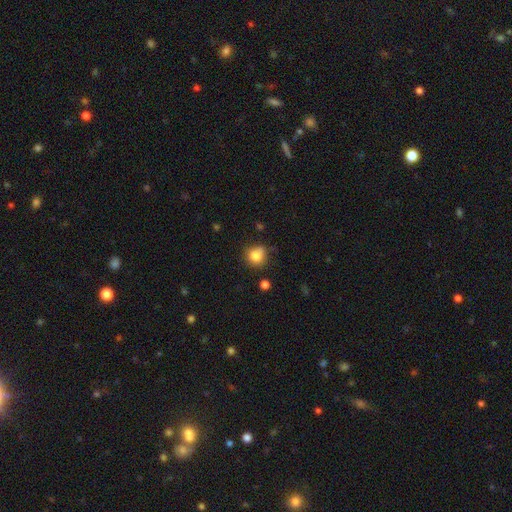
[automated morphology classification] Smooth or featured: smooth — 82% (star or artifact — 11%)
How rounded: round — 83% (in between — 16%)
Merging: none — 68% (minor disturbance — 23%)